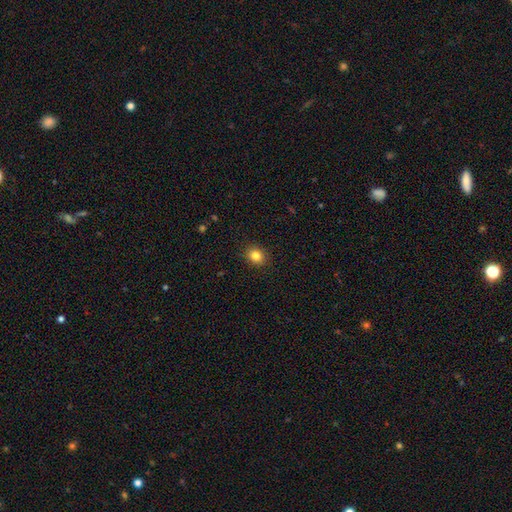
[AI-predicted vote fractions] Q: Smooth or featured?
A: smooth (83%); runner-up: star or artifact (11%)
Q: How rounded?
A: round (69%); runner-up: in between (30%)
Q: Merging?
A: none (90%); runner-up: minor disturbance (7%)